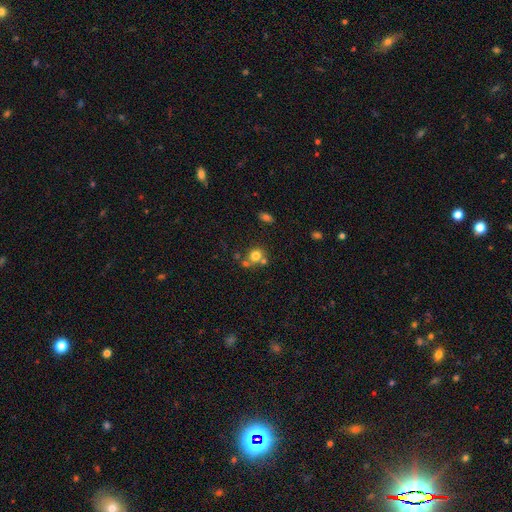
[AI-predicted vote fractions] smooth_or_featured: smooth (p=0.74) [alt: star or artifact p=0.14]
how_rounded: round (p=0.80) [alt: in between p=0.19]
merging: none (p=0.53) [alt: merger p=0.32]